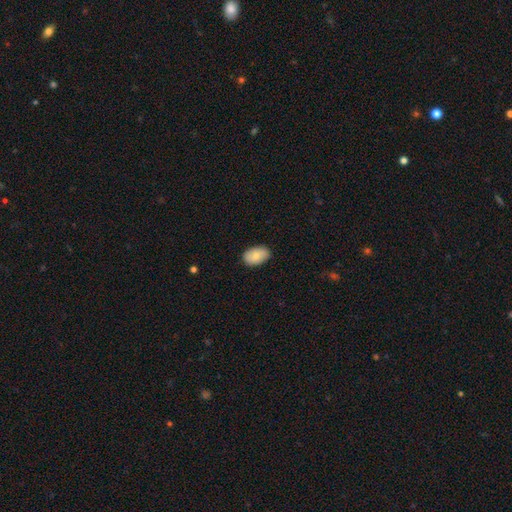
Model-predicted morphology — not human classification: Overall: smooth (81%). How rounded: in between (91%). Merging: none (84%).